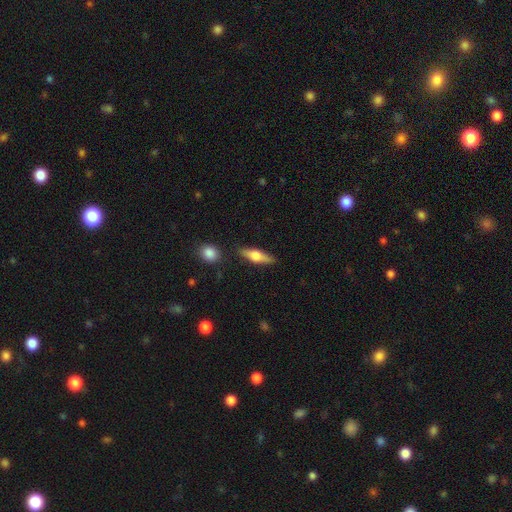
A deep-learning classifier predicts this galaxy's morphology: This appears to be a featured or disk galaxy (51%) viewed edge-on (93%). Merging: none (84%).